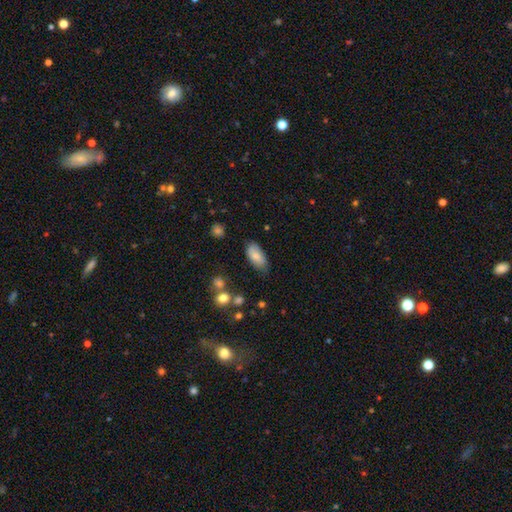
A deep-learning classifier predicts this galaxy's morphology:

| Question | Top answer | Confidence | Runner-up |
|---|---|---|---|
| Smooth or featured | smooth | 80% | featured or disk (13%) |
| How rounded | in between | 90% | cigar-shaped (8%) |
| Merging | none | 67% | minor disturbance (26%) |